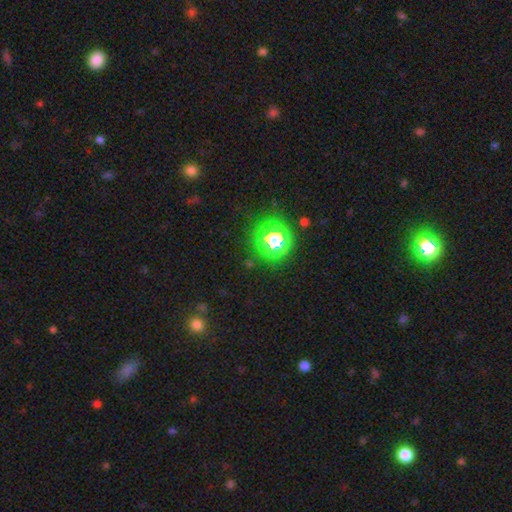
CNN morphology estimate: The model was most divided on "smooth or featured": star or artifact: 73%, smooth: 21%, featured or disk: 6%.